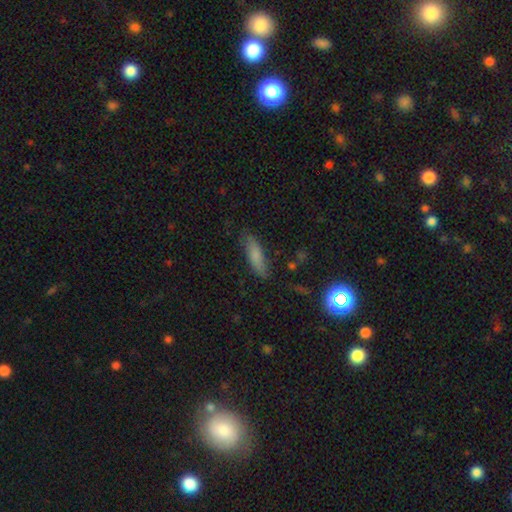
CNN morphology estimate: smooth-or-featured: smooth: 76% | featured or disk: 15% | star or artifact: 9%
  how-rounded: cigar-shaped: 63% | in between: 35% | round: 2%
  merging: none: 79% | minor disturbance: 16% | major disturbance: 3% | merger: 2%